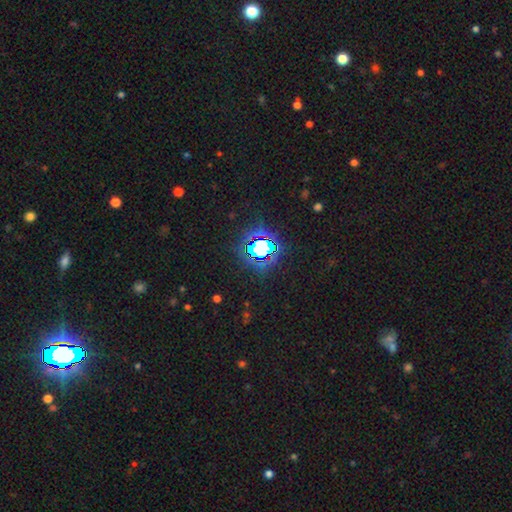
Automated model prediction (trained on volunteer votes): Smooth or featured: star or artifact — 79% (smooth — 13%)